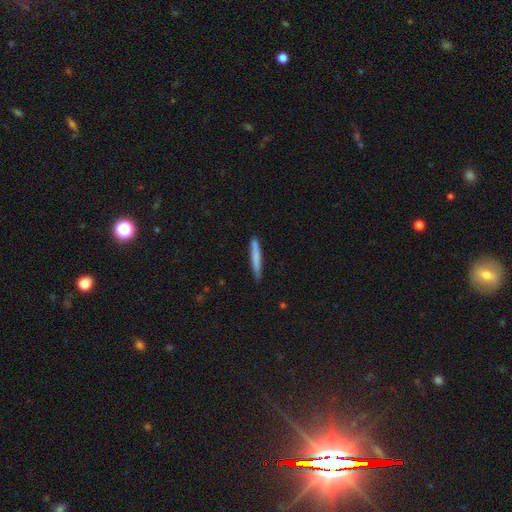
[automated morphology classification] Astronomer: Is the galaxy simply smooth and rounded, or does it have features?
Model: smooth — 74%.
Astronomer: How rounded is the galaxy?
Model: cigar-shaped — 96%.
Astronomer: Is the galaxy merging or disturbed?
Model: none — 84%.